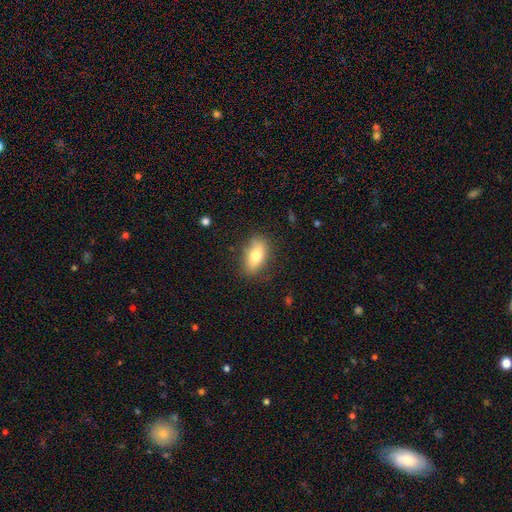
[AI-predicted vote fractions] smooth 73%, featured or disk 19%, star or artifact 8%. Down the decision tree: how rounded — in between (85%); merging — none (79%).